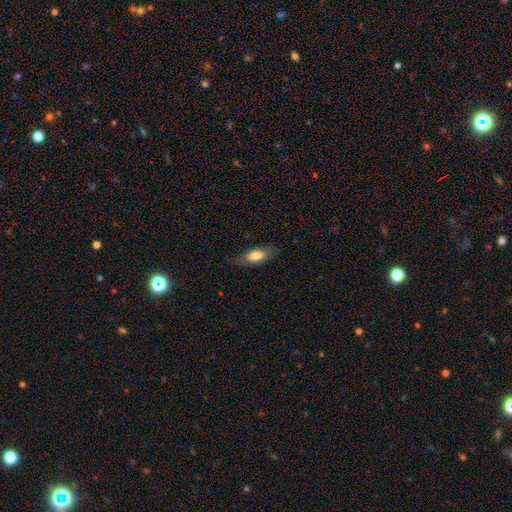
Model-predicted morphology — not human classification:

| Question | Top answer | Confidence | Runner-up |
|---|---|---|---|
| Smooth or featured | smooth | 73% | featured or disk (21%) |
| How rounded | in between | 78% | cigar-shaped (20%) |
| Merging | none | 77% | minor disturbance (17%) |